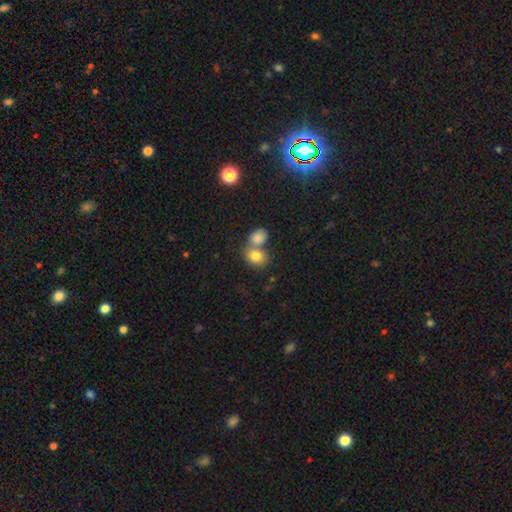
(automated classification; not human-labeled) Smooth or featured? smooth (80%)
How rounded? round (56%)
Merging? merger (52%)